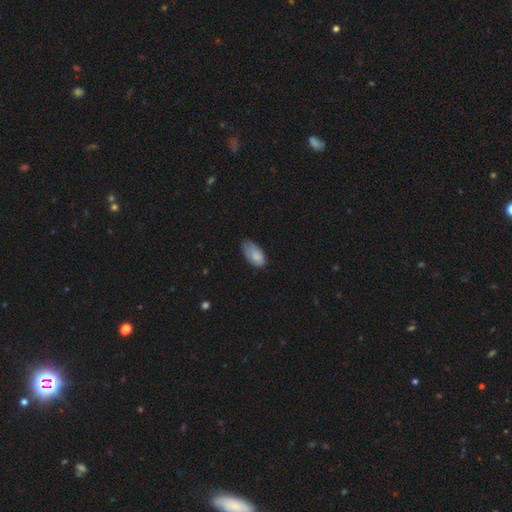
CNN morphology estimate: Smooth or featured: smooth — 84% (featured or disk — 9%)
How rounded: in between — 94% (round — 3%)
Merging: none — 49% (minor disturbance — 40%)